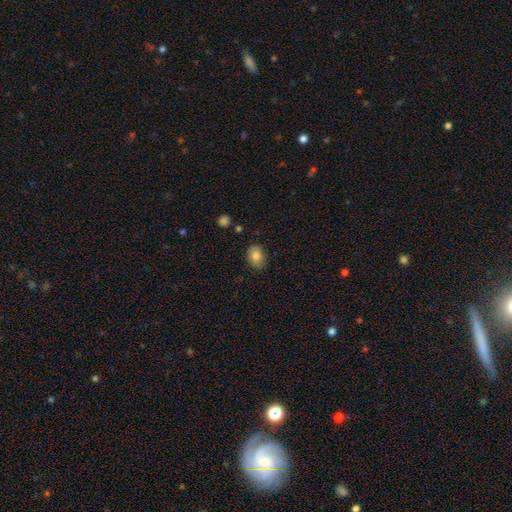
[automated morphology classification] This is clearly a smooth galaxy (83%). How rounded: likely in between (67%). Merging: clearly none (80%).